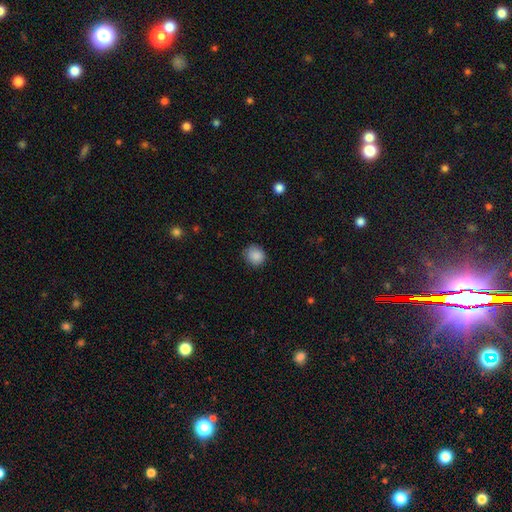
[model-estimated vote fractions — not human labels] Smooth or featured?
  - smooth: 88% *
  - star or artifact: 9%
  - featured or disk: 4%
How rounded?
  - round: 84% *
  - in between: 15%
  - cigar-shaped: 1%
Merging?
  - none: 82% *
  - minor disturbance: 14%
  - major disturbance: 3%
  - merger: 1%